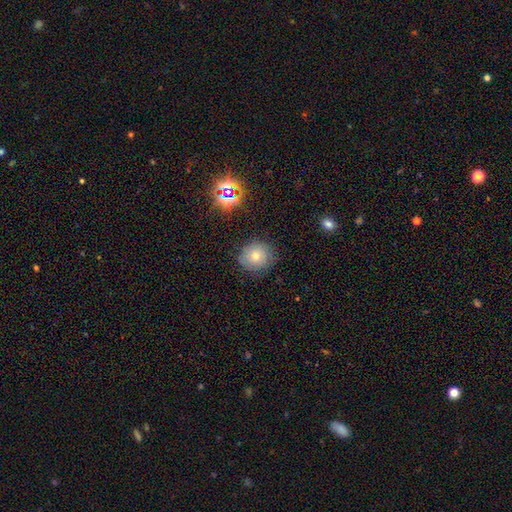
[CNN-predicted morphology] The model was most divided on "smooth or featured": smooth: 62%, star or artifact: 21%, featured or disk: 17%. More confident: how rounded — round (84%); merging — none (84%).